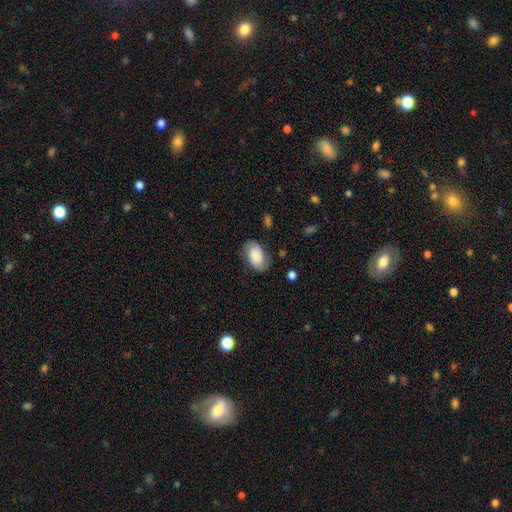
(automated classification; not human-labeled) smooth_or_featured: smooth (p=0.79) [alt: featured or disk p=0.14]
how_rounded: in between (p=0.93) [alt: round p=0.06]
merging: none (p=0.74) [alt: minor disturbance p=0.19]